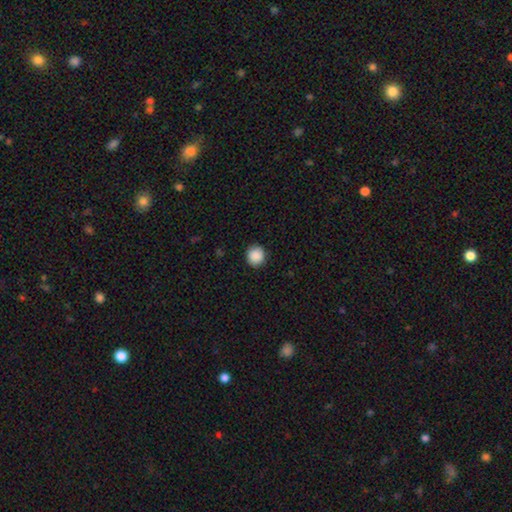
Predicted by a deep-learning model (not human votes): smooth_or_featured: smooth (p=0.89) [alt: star or artifact p=0.09]
how_rounded: round (p=0.92) [alt: in between p=0.07]
merging: none (p=0.91) [alt: minor disturbance p=0.06]